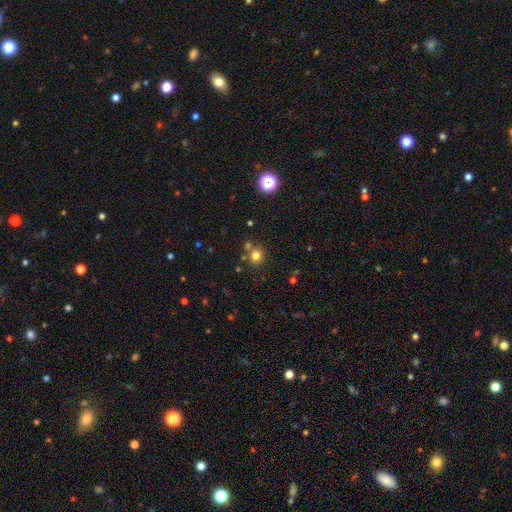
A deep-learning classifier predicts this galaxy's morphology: smooth 77%, star or artifact 16%, featured or disk 7%. Down the decision tree: how rounded — round (86%); merging — none (72%).